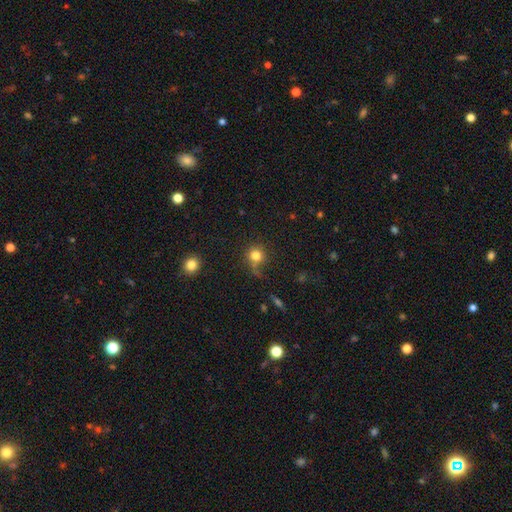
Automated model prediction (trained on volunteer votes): smooth 80%, star or artifact 12%, featured or disk 8%. Down the decision tree: how rounded — round (89%); merging — none (63%).